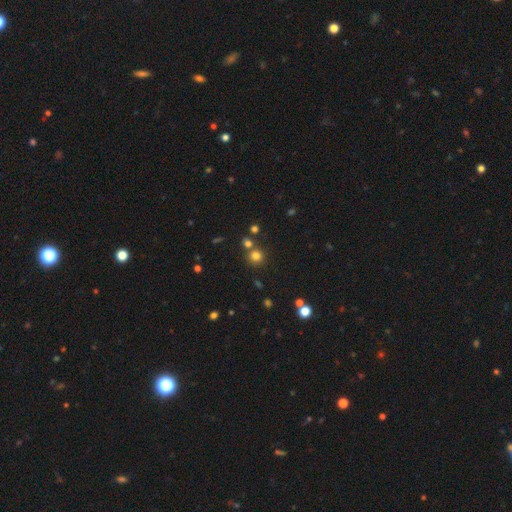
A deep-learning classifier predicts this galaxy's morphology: smooth_or_featured: smooth (p=0.75) [alt: star or artifact p=0.18]
how_rounded: round (p=0.91) [alt: in between p=0.08]
merging: none (p=0.72) [alt: merger p=0.17]